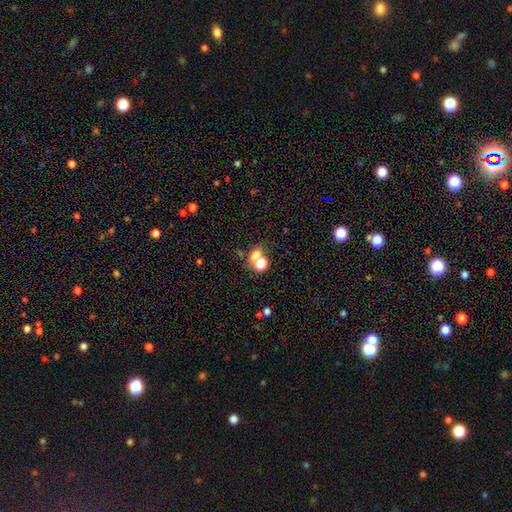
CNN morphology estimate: A smooth galaxy with no disk features (63%) that is round (63%). Merging: merger (44%).